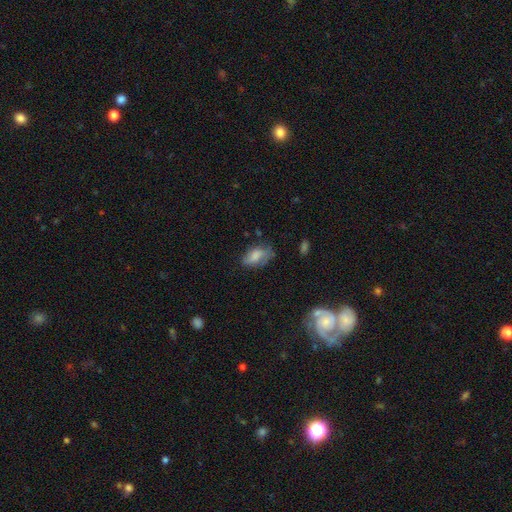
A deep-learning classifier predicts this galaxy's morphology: Smooth or featured? Predicted: smooth (p=0.69). How rounded? Predicted: in between (p=0.90). Merging? Predicted: none (p=0.50).